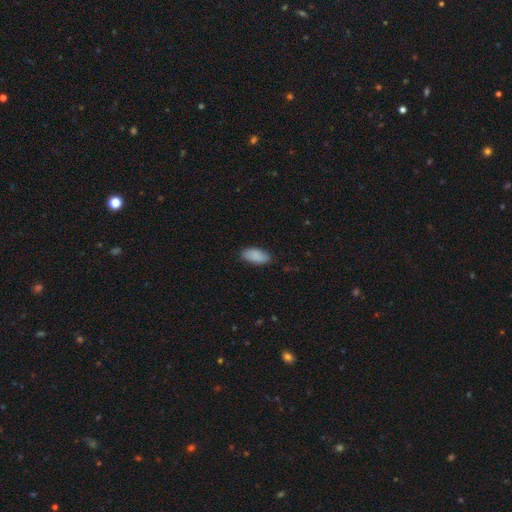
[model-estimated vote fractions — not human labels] Q: Smooth or featured?
A: smooth (89%); runner-up: star or artifact (6%)
Q: How rounded?
A: in between (92%); runner-up: cigar-shaped (6%)
Q: Merging?
A: none (84%); runner-up: minor disturbance (13%)